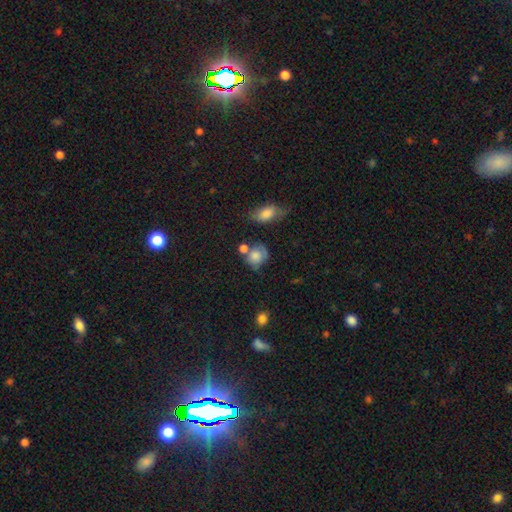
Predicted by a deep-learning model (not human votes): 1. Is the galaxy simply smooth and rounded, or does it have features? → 74% smooth, 16% featured or disk, 10% star or artifact.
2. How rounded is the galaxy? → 70% round, 28% in between, 1% cigar-shaped.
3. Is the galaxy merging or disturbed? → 44% none, 23% minor disturbance, 21% merger, 11% major disturbance.